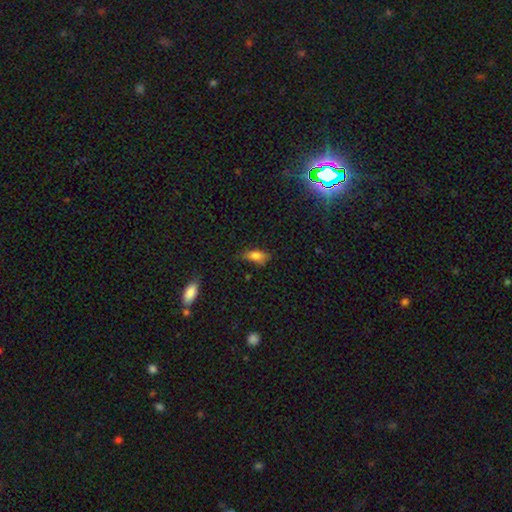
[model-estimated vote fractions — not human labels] Smooth or featured? Predicted: smooth (p=0.78). How rounded? Predicted: in between (p=0.80). Merging? Predicted: none (p=0.67).